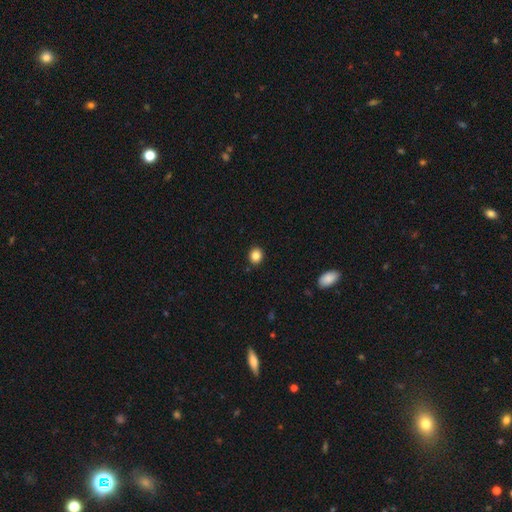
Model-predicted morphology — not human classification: Smooth or featured?
  - smooth: 85% *
  - star or artifact: 10%
  - featured or disk: 4%
How rounded?
  - round: 76% *
  - in between: 23%
  - cigar-shaped: 1%
Merging?
  - none: 90% *
  - minor disturbance: 6%
  - major disturbance: 2%
  - merger: 2%